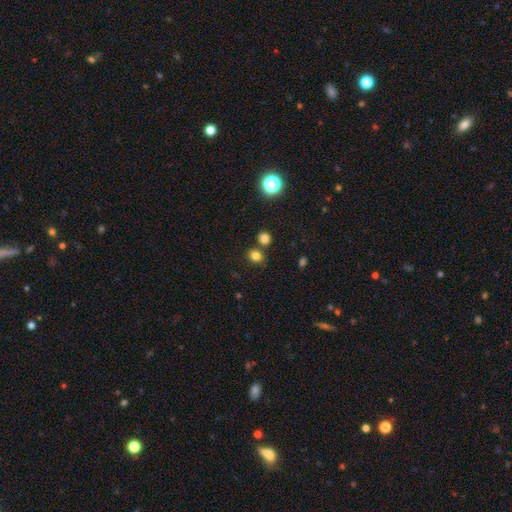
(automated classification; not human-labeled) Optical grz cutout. It shows a smooth galaxy with no disk features (79%) that is round (73%). Merging: none (72%).